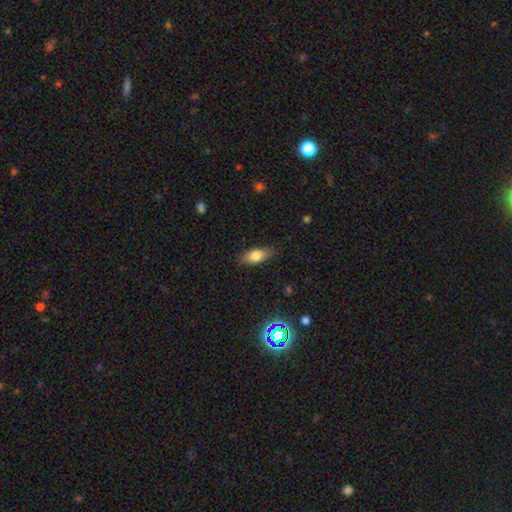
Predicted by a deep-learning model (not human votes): A smooth galaxy with no disk features (79%) that is in between round and cigar-shaped (82%).

Vote fractions:
- Smooth or featured? smooth: 79% / featured or disk: 13% / star or artifact: 8%
- How rounded? in between: 82% / cigar-shaped: 14% / round: 4%
- Merging? none: 84% / minor disturbance: 12% / major disturbance: 3% / merger: 1%